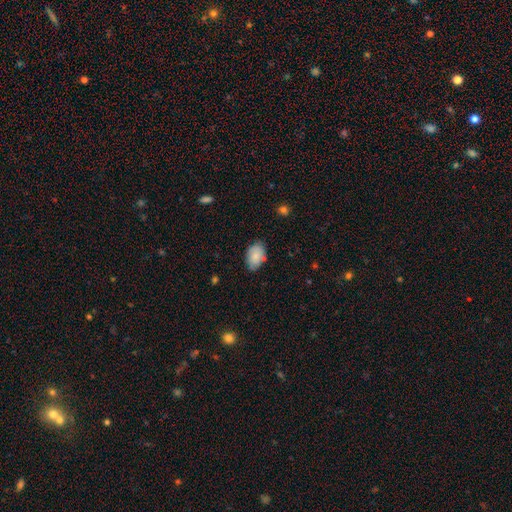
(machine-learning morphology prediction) type=smooth (82%); roundness=in between (88%); merging=none (75%).